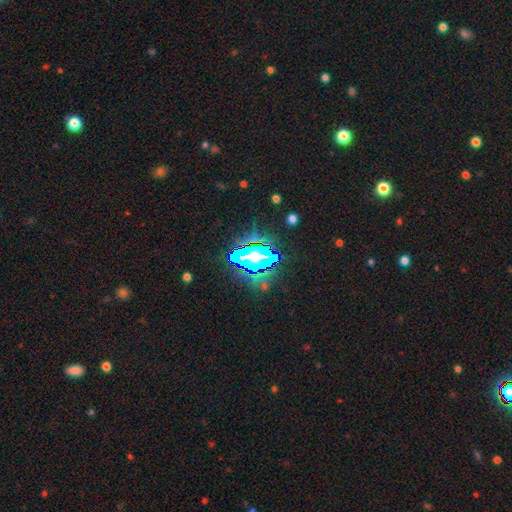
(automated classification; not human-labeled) Smooth or featured? Predicted: star or artifact (p=0.81).